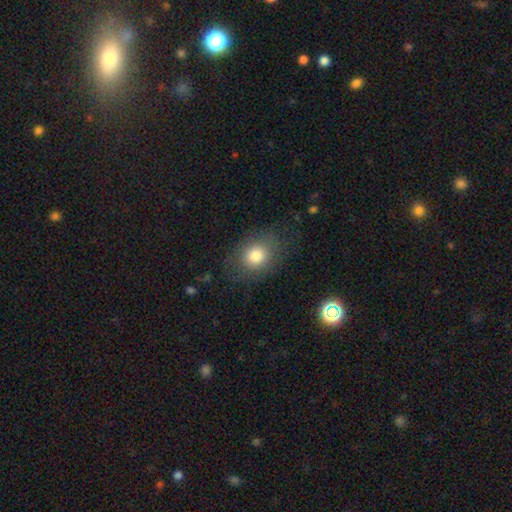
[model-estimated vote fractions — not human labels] smooth_or_featured: smooth (p=0.79) [alt: featured or disk p=0.12]
how_rounded: round (p=0.50) [alt: in between p=0.49]
merging: none (p=0.76) [alt: minor disturbance p=0.15]